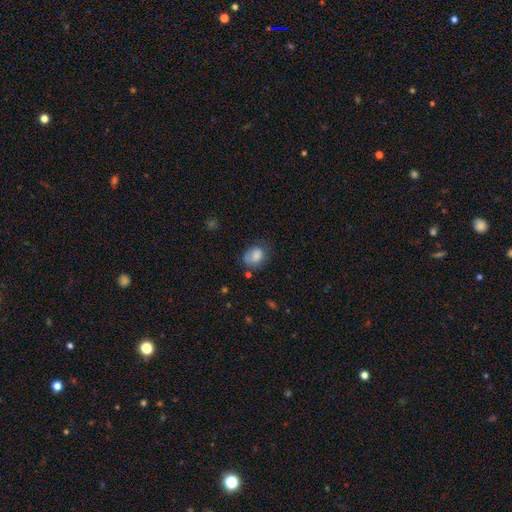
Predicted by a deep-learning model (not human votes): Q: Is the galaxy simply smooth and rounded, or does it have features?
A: smooth — 80%.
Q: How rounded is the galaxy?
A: in between — 61%.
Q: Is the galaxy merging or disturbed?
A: none — 50%.